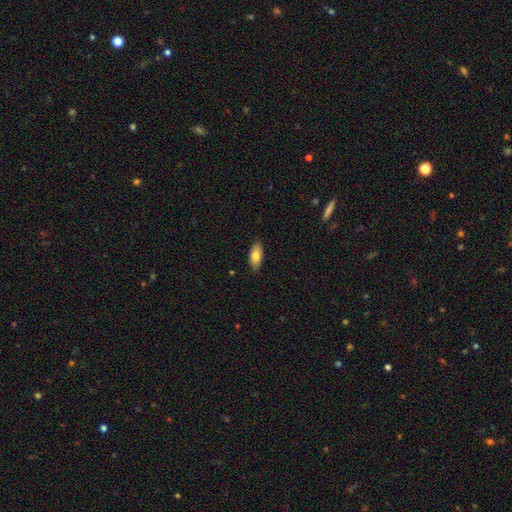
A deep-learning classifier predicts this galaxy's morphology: smooth 79%, featured or disk 14%, star or artifact 6%. Down the decision tree: how rounded — in between (86%); merging — none (88%).